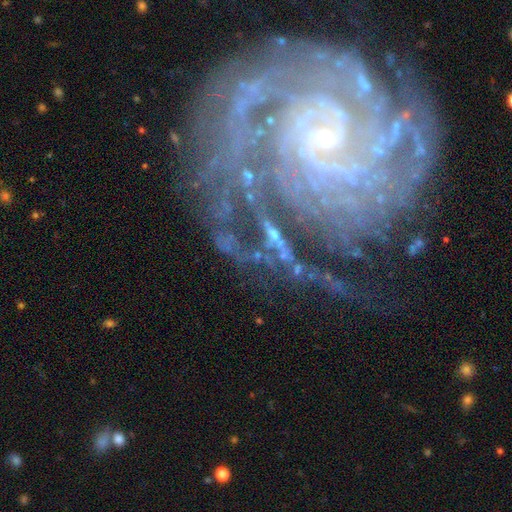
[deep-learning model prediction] This appears to be a featured or disk galaxy (80%) with no bar (45%), tight (69%) spiral arms (96%) and a small central bulge (71%). Merging: none (65%).